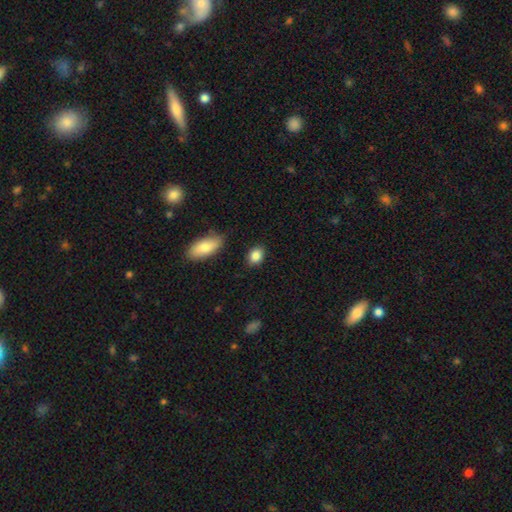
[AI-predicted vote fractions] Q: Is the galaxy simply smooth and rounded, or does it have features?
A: smooth — 87%.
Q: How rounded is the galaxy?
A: in between — 66%.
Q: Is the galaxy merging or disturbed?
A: none — 85%.